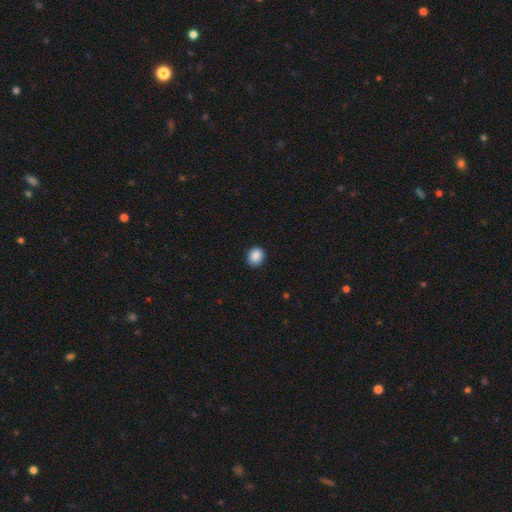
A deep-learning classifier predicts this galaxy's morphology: smooth_or_featured: smooth (p=0.88) [alt: star or artifact p=0.09]
how_rounded: round (p=0.75) [alt: in between p=0.24]
merging: none (p=0.90) [alt: minor disturbance p=0.07]